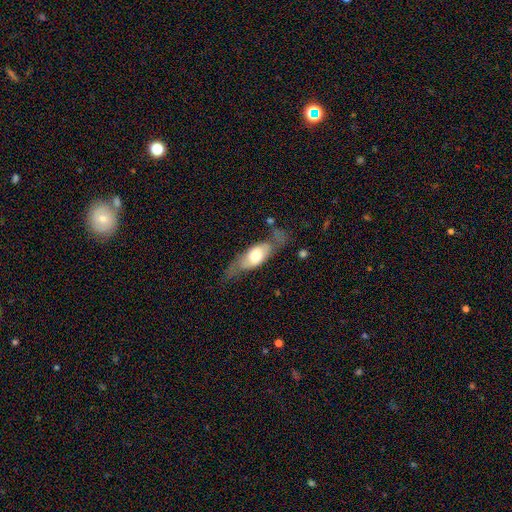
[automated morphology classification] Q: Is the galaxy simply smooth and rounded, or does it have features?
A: featured or disk — 49%.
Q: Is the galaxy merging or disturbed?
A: none — 55%.